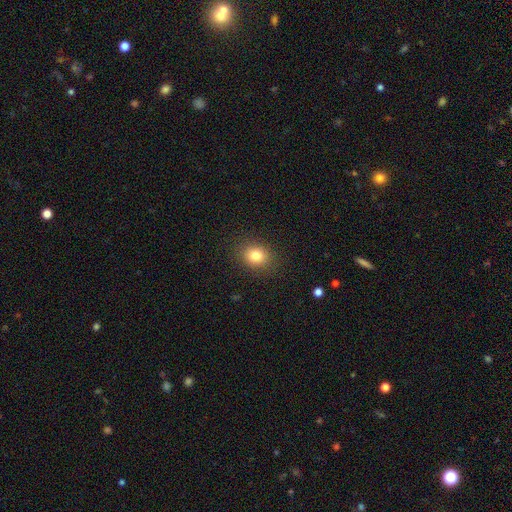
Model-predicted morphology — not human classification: The model was most divided on "how rounded": round: 57%, in between: 42%, cigar-shaped: 1%. More confident: merging — none (88%); smooth or featured — smooth (81%).